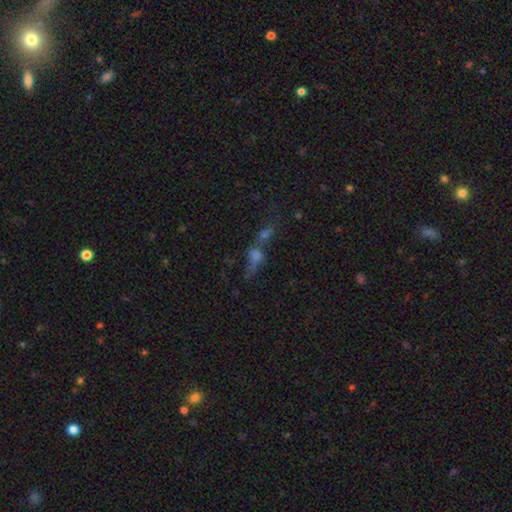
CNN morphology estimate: smooth-or-featured: smooth: 41% | featured or disk: 29% | star or artifact: 29%
  merging: merger: 53% | none: 24% | major disturbance: 13% | minor disturbance: 9%